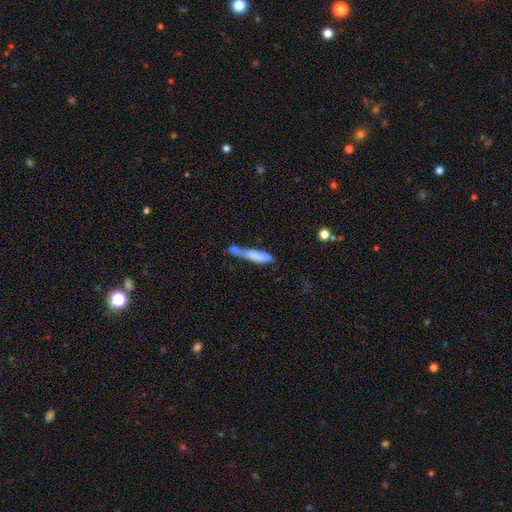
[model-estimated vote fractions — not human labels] Smooth or featured?
  - smooth: 66% *
  - featured or disk: 26%
  - star or artifact: 8%
How rounded?
  - cigar-shaped: 78% *
  - in between: 20%
  - round: 2%
Merging?
  - merger: 48% *
  - none: 23%
  - minor disturbance: 17%
  - major disturbance: 12%